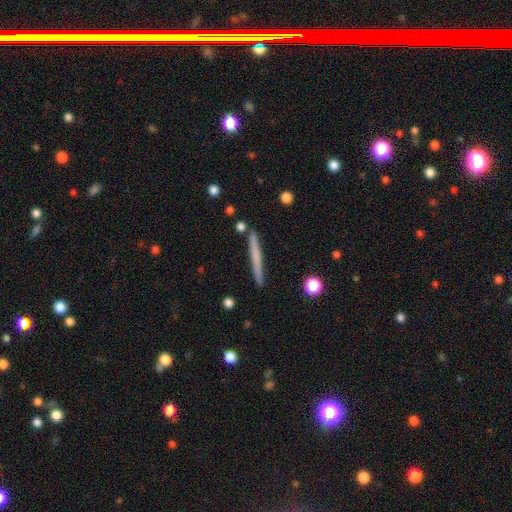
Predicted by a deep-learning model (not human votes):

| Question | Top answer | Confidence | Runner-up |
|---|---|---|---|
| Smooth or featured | smooth | 54% | featured or disk (40%) |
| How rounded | cigar-shaped | 97% | in between (2%) |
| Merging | none | 89% | minor disturbance (8%) |